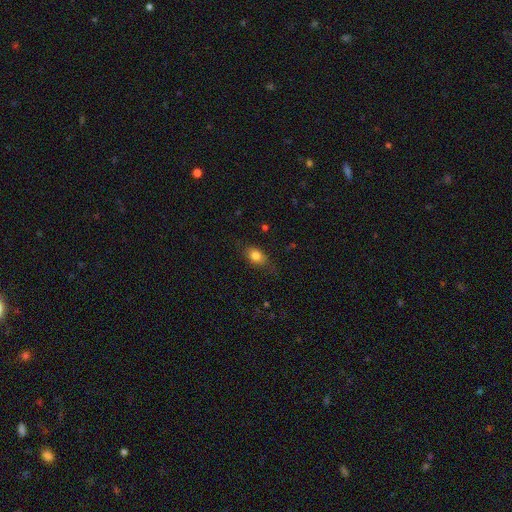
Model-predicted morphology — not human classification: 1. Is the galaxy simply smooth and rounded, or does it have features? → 80% smooth, 11% featured or disk, 9% star or artifact.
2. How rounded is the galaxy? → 76% in between, 20% round, 4% cigar-shaped.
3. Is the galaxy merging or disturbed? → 74% none, 19% minor disturbance, 5% major disturbance, 1% merger.